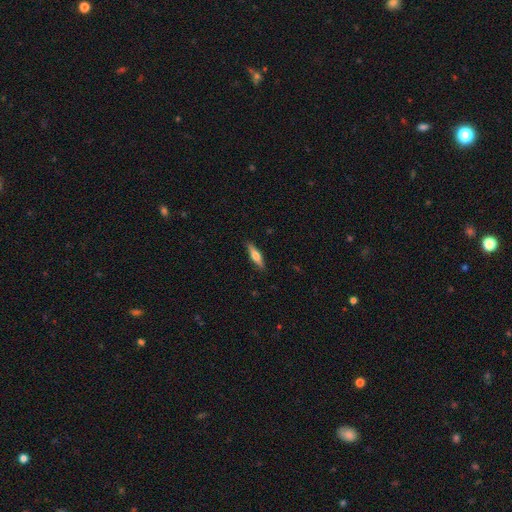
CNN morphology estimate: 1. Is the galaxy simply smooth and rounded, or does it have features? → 51% smooth, 43% featured or disk, 6% star or artifact.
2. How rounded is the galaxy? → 73% cigar-shaped, 25% in between, 2% round.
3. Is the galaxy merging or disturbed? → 89% none, 9% minor disturbance, 2% major disturbance, 1% merger.